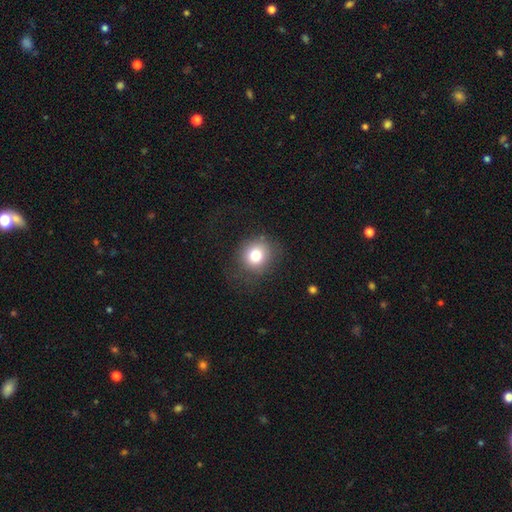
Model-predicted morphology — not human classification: smooth 78%, star or artifact 12%, featured or disk 10%. Down the decision tree: how rounded — round (84%); merging — none (77%).